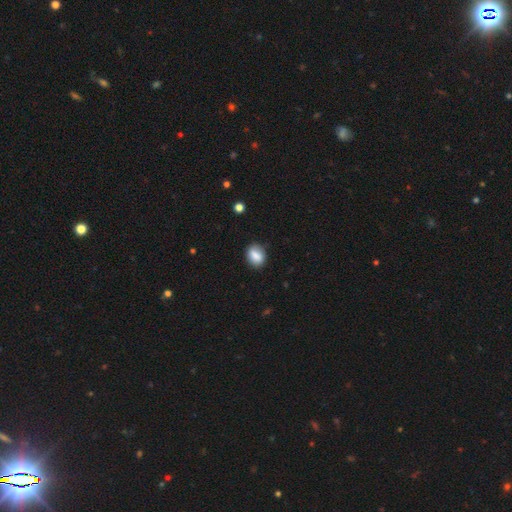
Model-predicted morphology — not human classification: A smooth galaxy with no disk features (84%) that is in between round and cigar-shaped (64%).

Vote fractions:
- Smooth or featured? smooth: 84% / featured or disk: 8% / star or artifact: 8%
- How rounded? in between: 64% / round: 34% / cigar-shaped: 2%
- Merging? none: 79% / minor disturbance: 16% / major disturbance: 3% / merger: 2%